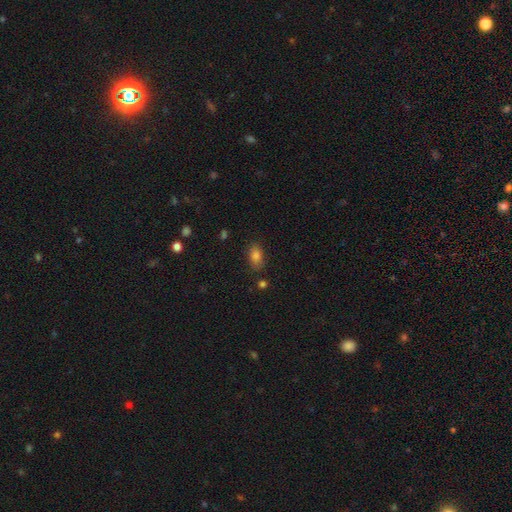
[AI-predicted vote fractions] Smooth or featured? smooth (84%)
How rounded? in between (88%)
Merging? none (81%)